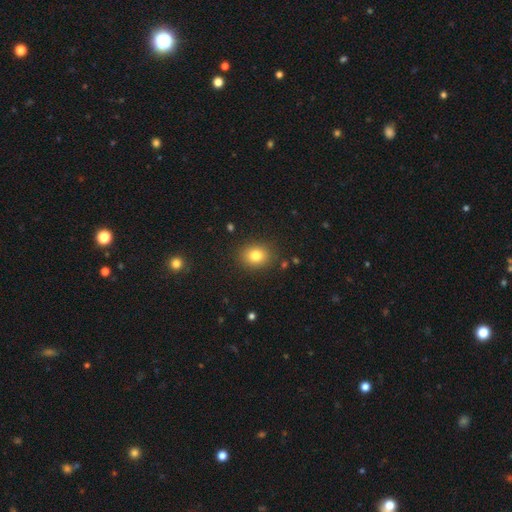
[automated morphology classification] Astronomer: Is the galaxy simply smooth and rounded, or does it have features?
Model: smooth — 80%.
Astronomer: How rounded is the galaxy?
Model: round — 62% (runner-up: in between, 38%).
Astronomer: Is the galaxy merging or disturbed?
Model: none — 88%.